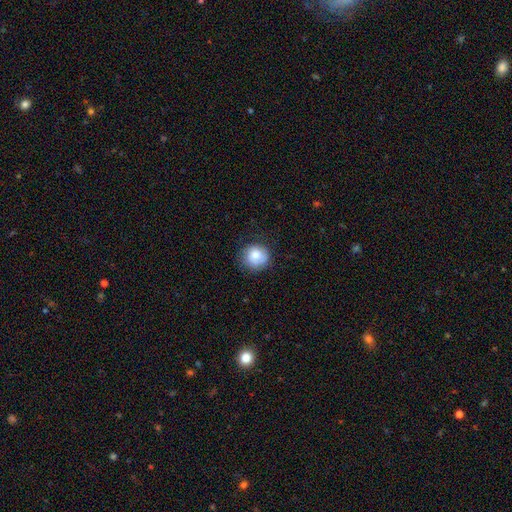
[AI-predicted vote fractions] Smooth or featured: smooth — 80% (featured or disk — 12%)
How rounded: round — 90% (in between — 9%)
Merging: none — 78% (minor disturbance — 17%)